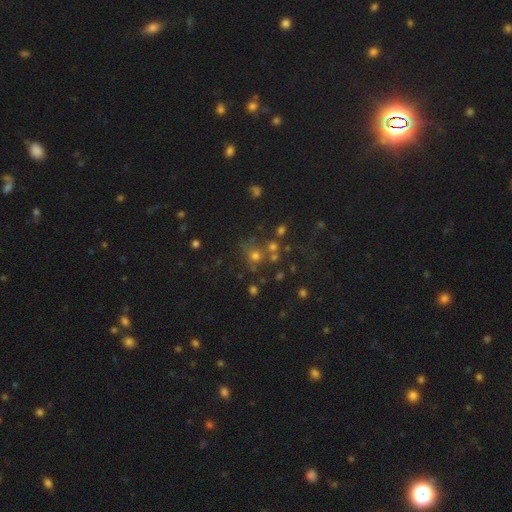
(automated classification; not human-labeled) Smooth or featured?
  - smooth: 52% *
  - star or artifact: 34%
  - featured or disk: 14%
How rounded?
  - round: 85% *
  - in between: 14%
  - cigar-shaped: 1%
Merging?
  - none: 61% *
  - merger: 22%
  - minor disturbance: 11%
  - major disturbance: 7%